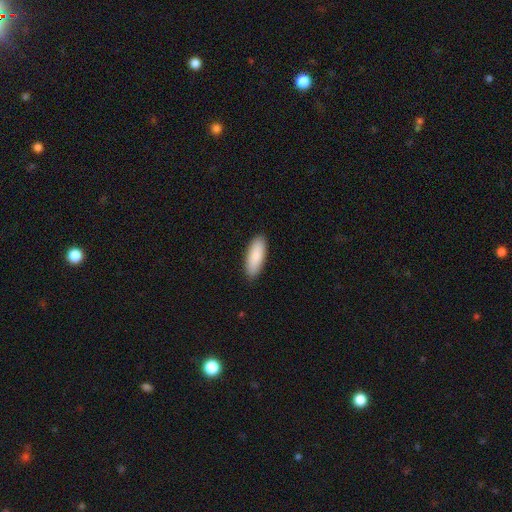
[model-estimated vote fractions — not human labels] The model was most divided on "how rounded": in between: 70%, cigar-shaped: 28%, round: 2%. More confident: merging — none (90%); smooth or featured — smooth (89%).